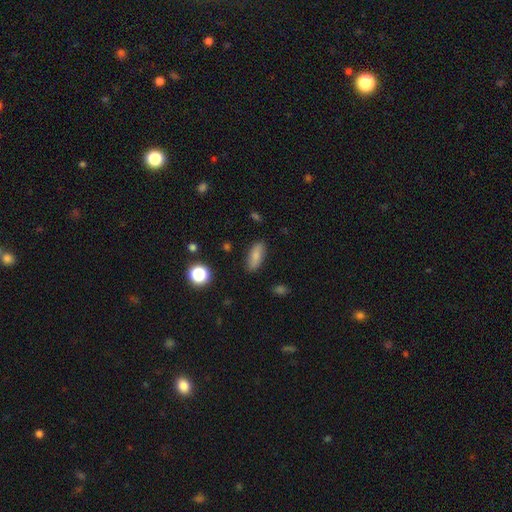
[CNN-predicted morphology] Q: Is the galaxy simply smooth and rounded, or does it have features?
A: smooth — 81%.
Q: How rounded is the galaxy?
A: in between — 77%.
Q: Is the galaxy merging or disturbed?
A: none — 85%.